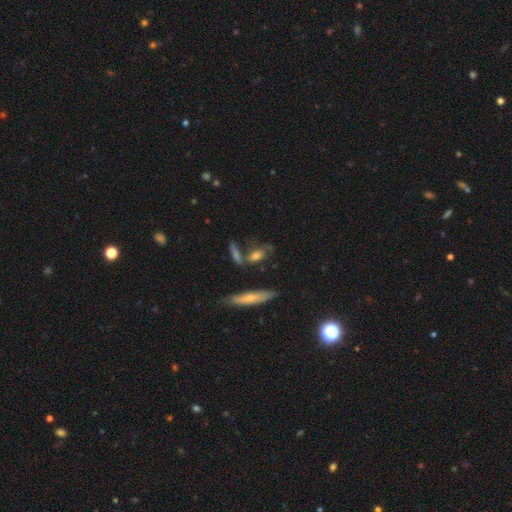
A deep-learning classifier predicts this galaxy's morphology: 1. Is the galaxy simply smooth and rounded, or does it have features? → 51% smooth, 37% featured or disk, 11% star or artifact.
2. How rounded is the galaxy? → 55% in between, 35% cigar-shaped, 10% round.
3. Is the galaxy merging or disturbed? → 56% none, 19% minor disturbance, 16% merger, 9% major disturbance.